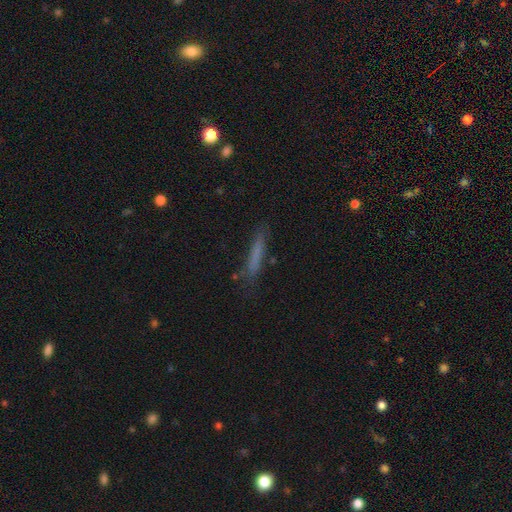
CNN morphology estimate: This is likely a smooth galaxy (68%). How rounded: clearly cigar-shaped (92%). Merging: likely none (79%).